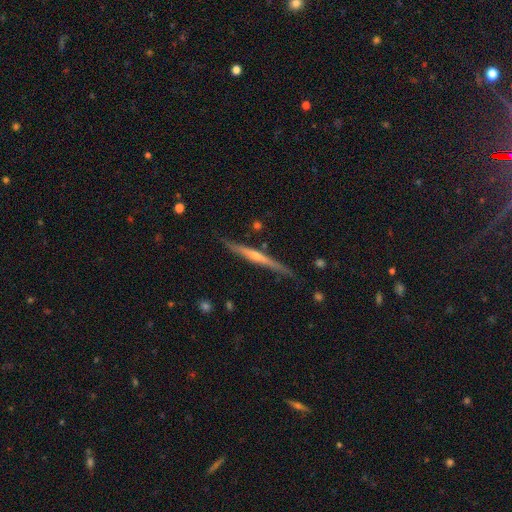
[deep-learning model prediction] Smooth or featured? Predicted: featured or disk (p=0.73). Edge-on disk? Predicted: yes (p=0.97). Edge-on bulge? Predicted: rounded (p=0.64). Merging? Predicted: none (p=0.84).